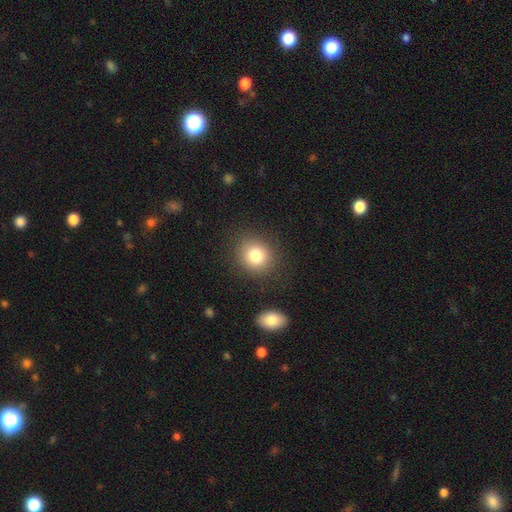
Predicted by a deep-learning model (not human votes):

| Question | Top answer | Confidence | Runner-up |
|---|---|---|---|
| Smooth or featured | smooth | 81% | star or artifact (11%) |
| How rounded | round | 81% | in between (18%) |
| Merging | none | 85% | minor disturbance (9%) |